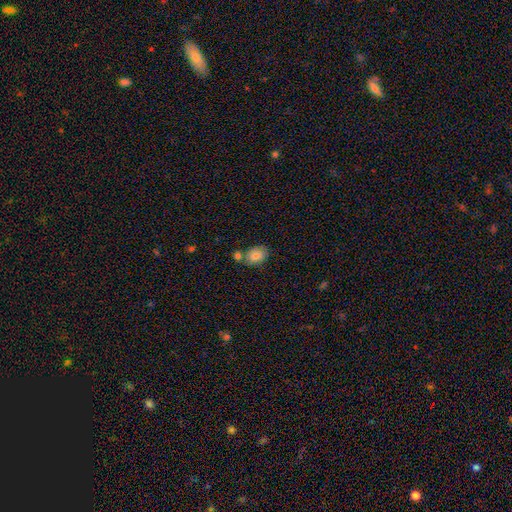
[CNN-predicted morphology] Smooth or featured: smooth — 82% (featured or disk — 10%)
How rounded: in between — 74% (round — 25%)
Merging: none — 58% (merger — 23%)